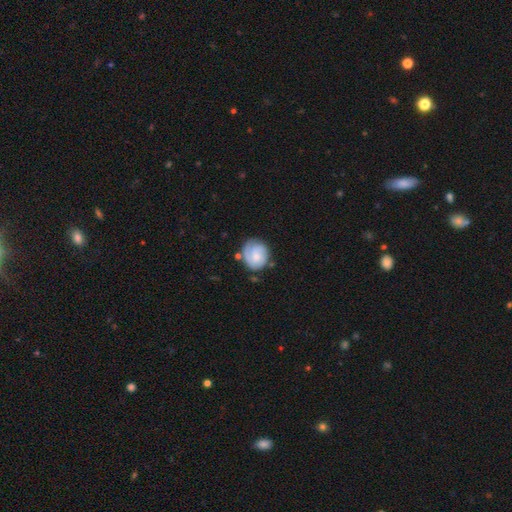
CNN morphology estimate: smooth_or_featured: featured or disk (p=0.67) [alt: smooth p=0.28]
disk_edge_on: no (p=0.98) [alt: yes p=0.02]
bar: no (p=0.64) [alt: weak p=0.32]
has_spiral_arms: yes (p=0.94) [alt: no p=0.06]
spiral_winding: tight (p=0.58) [alt: medium p=0.32]
spiral_arm_count: 2 (p=0.47) [alt: can't tell p=0.19]
bulge_size: small (p=0.48) [alt: moderate p=0.32]
merging: none (p=0.67) [alt: minor disturbance p=0.20]